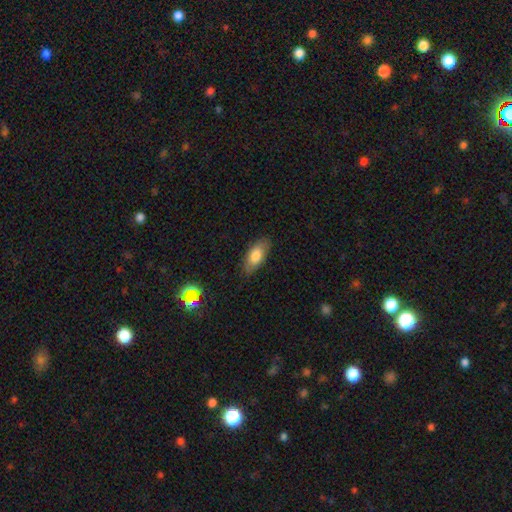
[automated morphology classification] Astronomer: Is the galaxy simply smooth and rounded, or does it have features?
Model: smooth — 78%.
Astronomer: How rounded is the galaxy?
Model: in between — 85%.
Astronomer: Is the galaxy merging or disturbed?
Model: none — 83%.